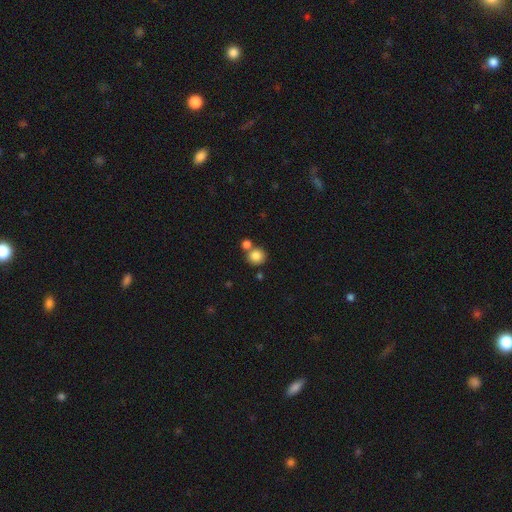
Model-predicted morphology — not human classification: Smooth or featured: smooth — 84% (star or artifact — 10%)
How rounded: round — 89% (in between — 10%)
Merging: none — 61% (merger — 28%)